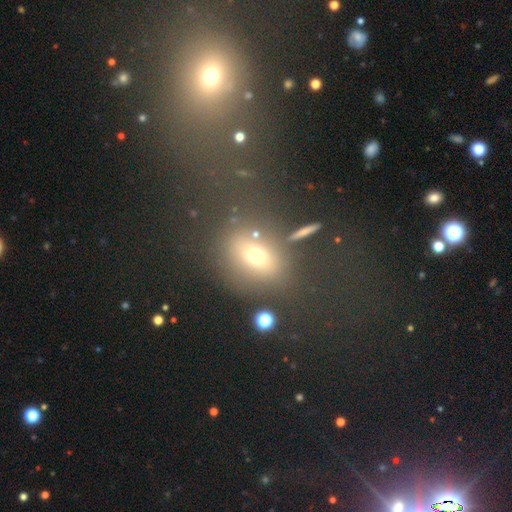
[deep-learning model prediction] Smooth or featured? smooth (62%)
How rounded? in between (55%)
Merging? none (72%)